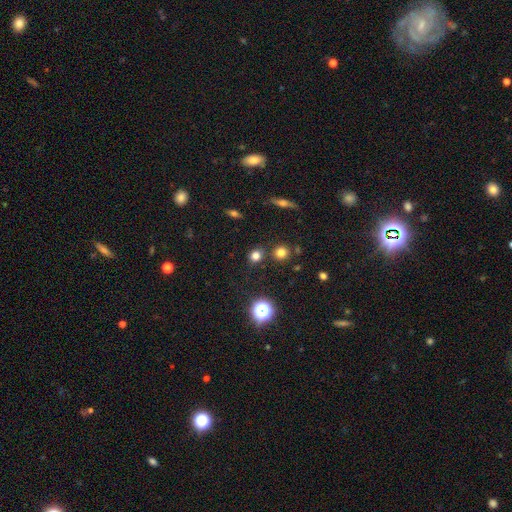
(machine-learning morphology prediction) smooth-or-featured: smooth: 73% | star or artifact: 20% | featured or disk: 6%
  how-rounded: round: 83% | in between: 15% | cigar-shaped: 1%
  merging: none: 82% | minor disturbance: 8% | merger: 7% | major disturbance: 3%